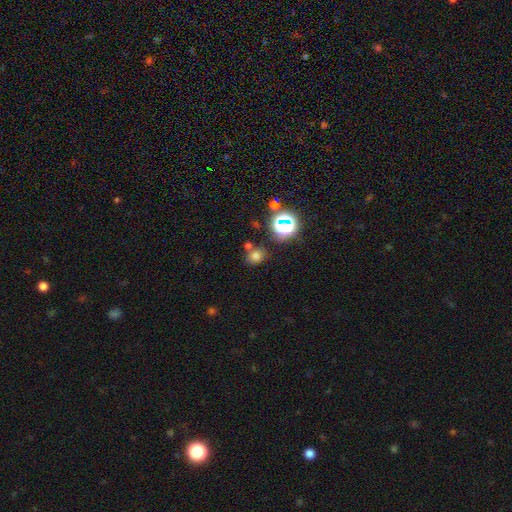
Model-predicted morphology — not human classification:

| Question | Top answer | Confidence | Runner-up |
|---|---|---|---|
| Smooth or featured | smooth | 67% | star or artifact (25%) |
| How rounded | round | 62% | in between (37%) |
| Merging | none | 72% | merger (12%) |